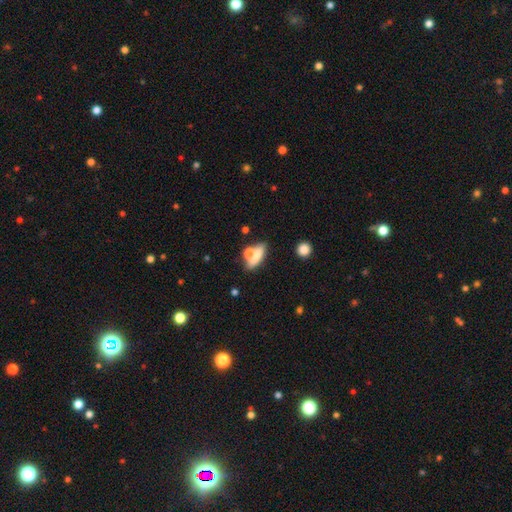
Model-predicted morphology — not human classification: This is likely a smooth galaxy (62%). How rounded: possibly in between (60%). Merging: possibly none (48%).